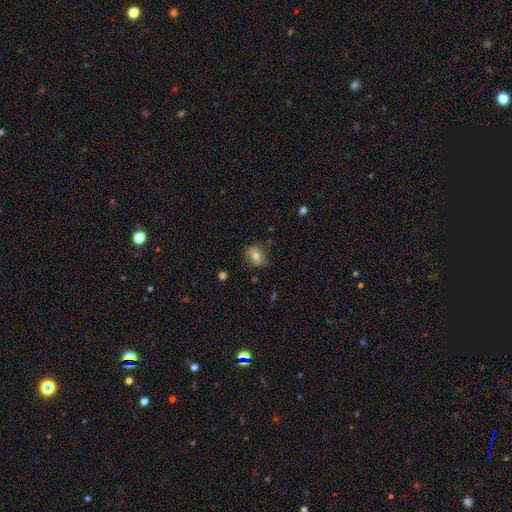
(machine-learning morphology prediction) This is likely a smooth galaxy (65%). How rounded: possibly in between (53%). Merging: likely none (70%).